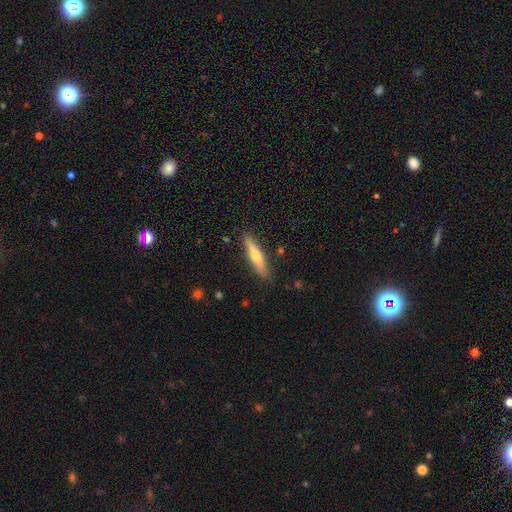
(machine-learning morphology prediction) Q: Smooth or featured?
A: smooth (50%); runner-up: featured or disk (43%)
Q: How rounded?
A: cigar-shaped (85%); runner-up: in between (13%)
Q: Merging?
A: none (87%); runner-up: minor disturbance (9%)